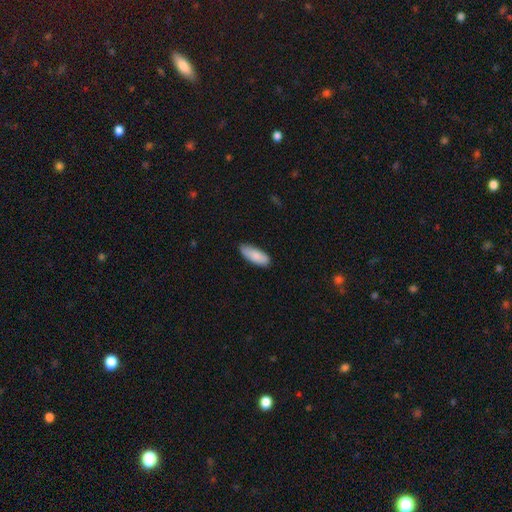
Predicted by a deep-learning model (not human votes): This appears to be a smooth galaxy with no disk features (86%) that is in between round and cigar-shaped (73%). Merging: none (81%).